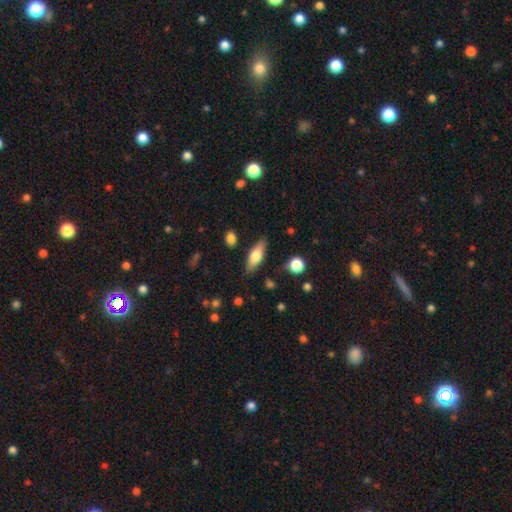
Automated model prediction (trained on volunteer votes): Q: Smooth or featured?
A: smooth (65%); runner-up: featured or disk (28%)
Q: How rounded?
A: in between (68%); runner-up: cigar-shaped (29%)
Q: Merging?
A: none (82%); runner-up: minor disturbance (12%)